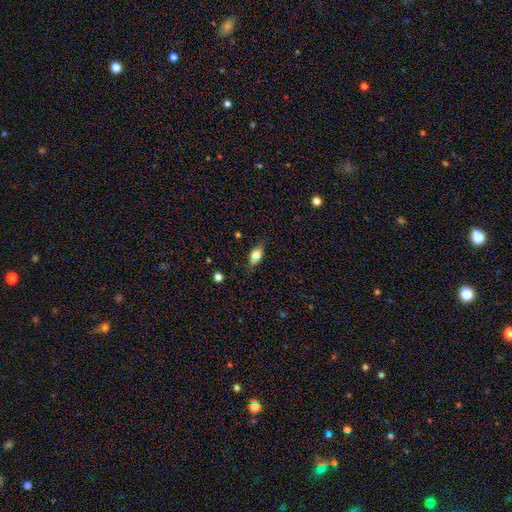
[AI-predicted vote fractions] A smooth galaxy with no disk features (65%) that is in between round and cigar-shaped (79%). Merging: none (77%).